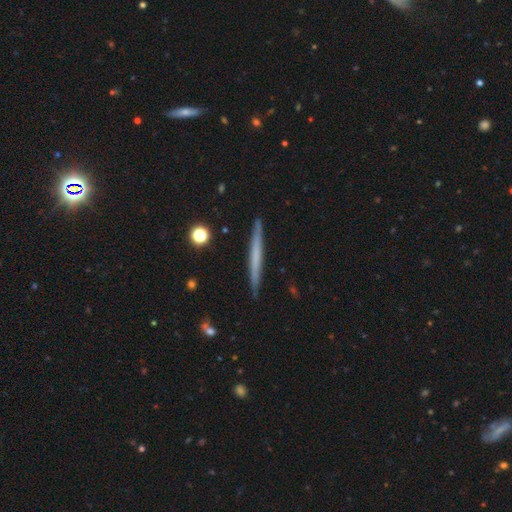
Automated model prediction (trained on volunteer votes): A smooth galaxy with no disk features (48%).

Vote fractions:
- Smooth or featured? smooth: 48% / featured or disk: 46% / star or artifact: 6%
- Merging? none: 91% / minor disturbance: 6% / merger: 1% / major disturbance: 1%